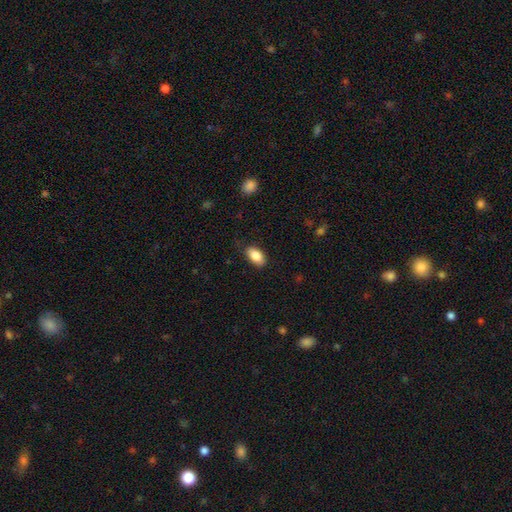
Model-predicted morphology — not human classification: Smooth or featured? Predicted: smooth (p=0.86). How rounded? Predicted: in between (p=0.93). Merging? Predicted: none (p=0.81).